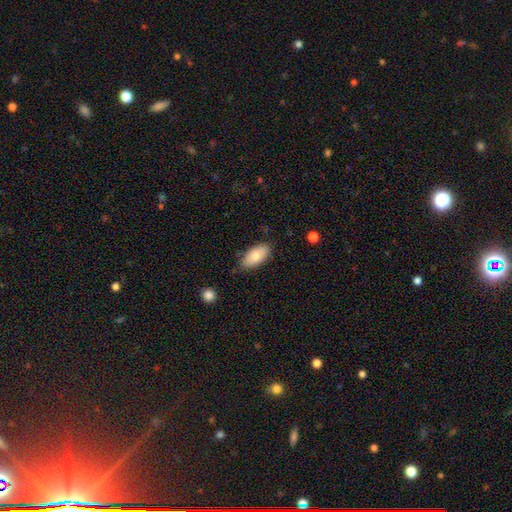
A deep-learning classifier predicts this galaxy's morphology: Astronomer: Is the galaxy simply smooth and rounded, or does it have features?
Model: smooth — 84%.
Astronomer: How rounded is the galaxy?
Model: in between — 92%.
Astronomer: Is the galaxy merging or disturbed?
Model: none — 79%.